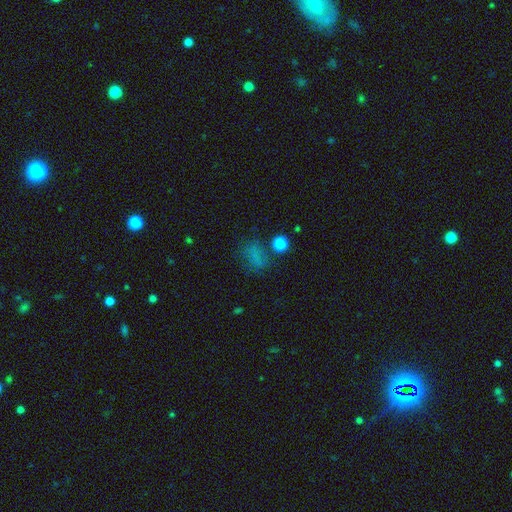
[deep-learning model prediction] A smooth galaxy with no disk features (67%) that is in between round and cigar-shaped (58%). Merging: none (60%).